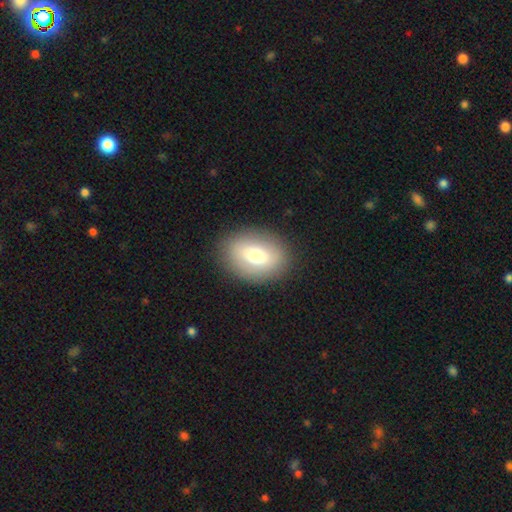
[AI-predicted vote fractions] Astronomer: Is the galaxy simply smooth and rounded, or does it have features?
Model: smooth — 69%.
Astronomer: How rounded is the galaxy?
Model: in between — 77%.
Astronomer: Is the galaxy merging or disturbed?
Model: none — 87%.